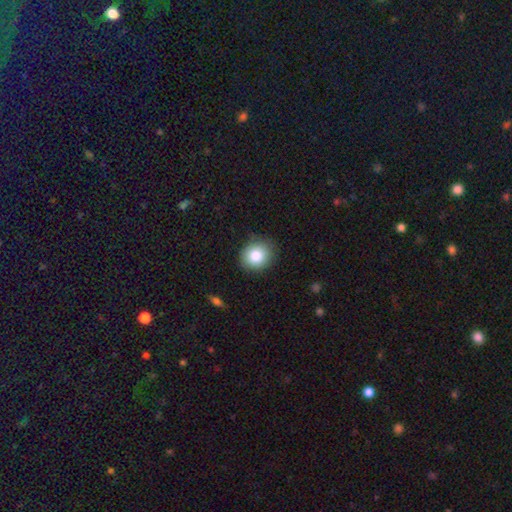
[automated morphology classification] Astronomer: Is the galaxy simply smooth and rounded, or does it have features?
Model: smooth — 84%.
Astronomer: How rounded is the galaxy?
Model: round — 74%.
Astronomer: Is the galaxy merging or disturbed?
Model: none — 84%.